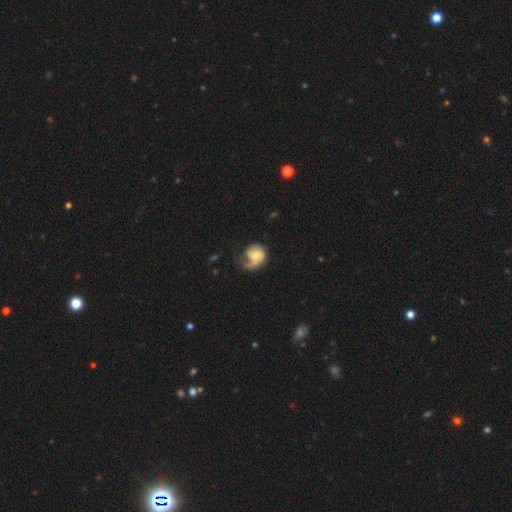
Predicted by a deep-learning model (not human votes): Smooth or featured? featured or disk (64%)
Edge-on disk? no (98%)
Bar? no (66%)
Spiral arms? yes (87%)
Spiral winding? loose (41%)
Spiral arm count? 1 (66%)
Bulge size? small (50%)
Merging? major disturbance (38%)